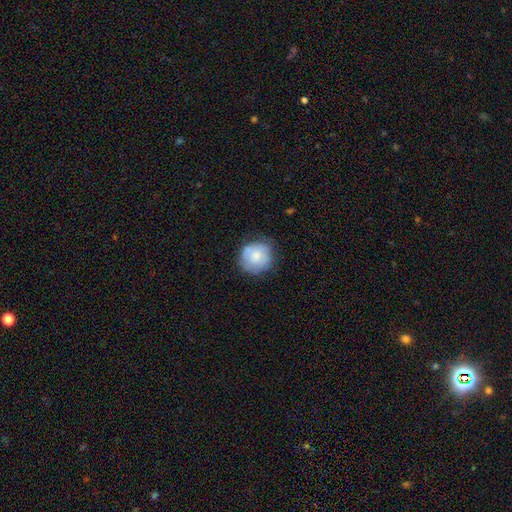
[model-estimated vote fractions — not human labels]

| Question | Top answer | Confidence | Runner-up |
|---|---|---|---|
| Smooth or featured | smooth | 68% | featured or disk (25%) |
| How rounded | round | 89% | in between (10%) |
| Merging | none | 67% | minor disturbance (24%) |